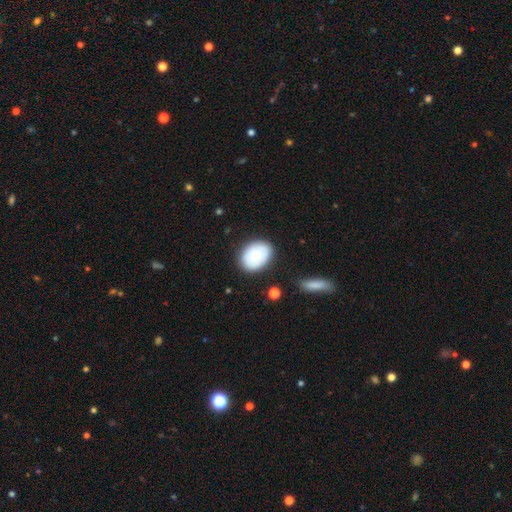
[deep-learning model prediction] Smooth or featured: smooth — 71% (featured or disk — 23%)
How rounded: in between — 67% (round — 32%)
Merging: none — 79% (minor disturbance — 15%)